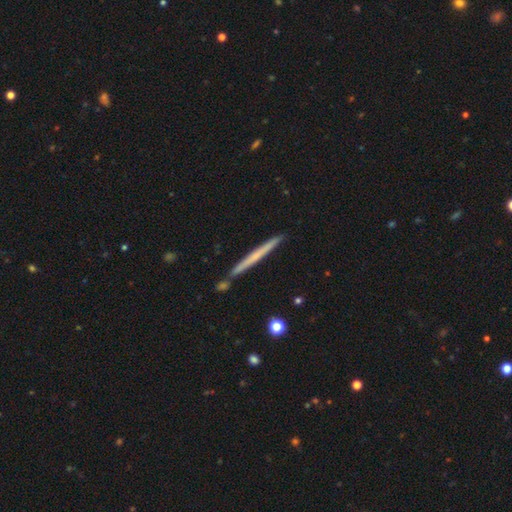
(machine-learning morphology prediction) A featured or disk galaxy (47%, tied with smooth).

Vote fractions:
- Smooth or featured? featured or disk: 47% (tied) / smooth: 47% (tied) / star or artifact: 6%
- Merging? none: 87% / minor disturbance: 8% / merger: 4% / major disturbance: 2%